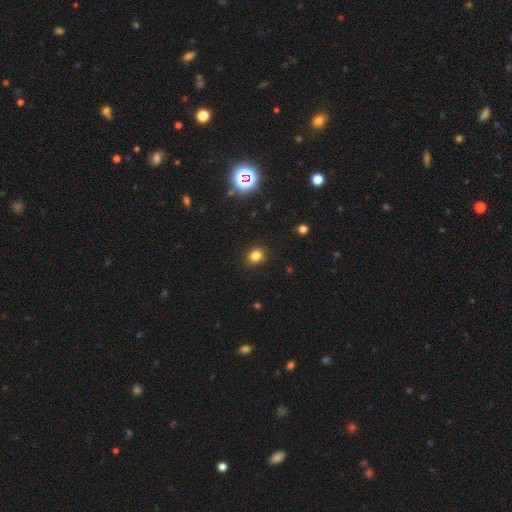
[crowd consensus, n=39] Volunteers were most divided on "how rounded": round: 69%, in between: 31%, cigar-shaped: 0%. More confident: smooth or featured — smooth (82%); merging — none (80%).